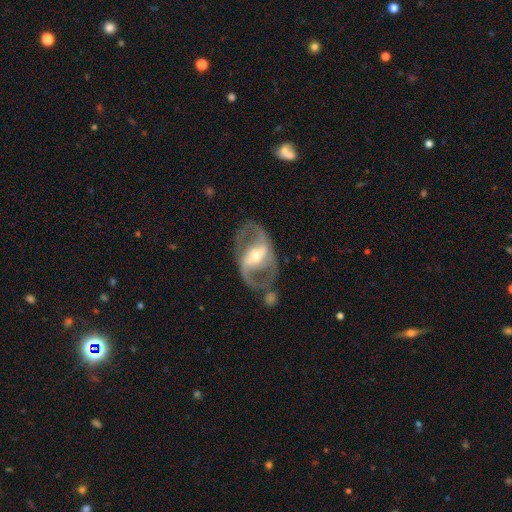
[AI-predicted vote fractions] Morphology: type=featured or disk (85%); edge-on=no (94%); bar=strong (59%); spiral arms=yes (83%); winding=medium (51%); arm count=2 (88%); bulge=moderate (60%); merging=none (68%).